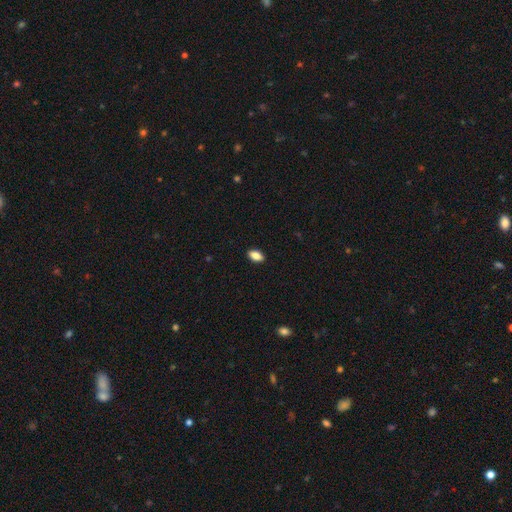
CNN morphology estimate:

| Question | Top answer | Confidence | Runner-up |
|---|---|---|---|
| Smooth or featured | smooth | 85% | star or artifact (8%) |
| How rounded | in between | 90% | round (5%) |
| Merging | none | 90% | minor disturbance (8%) |